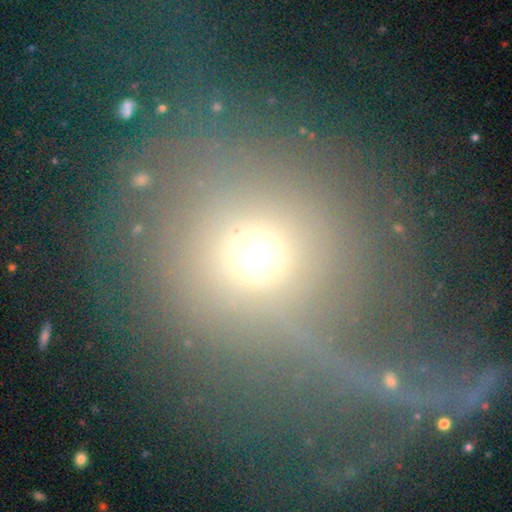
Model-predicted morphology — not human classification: Smooth or featured? Predicted: smooth (p=0.57). How rounded? Predicted: round (p=0.83). Merging? Predicted: none (p=0.43).